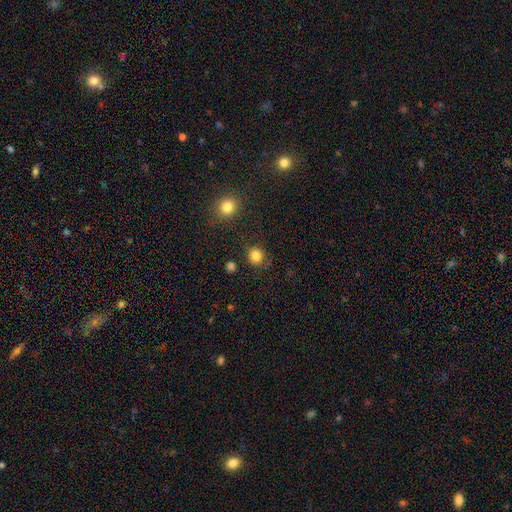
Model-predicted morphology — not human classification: Smooth or featured? smooth (84%)
How rounded? round (84%)
Merging? none (84%)